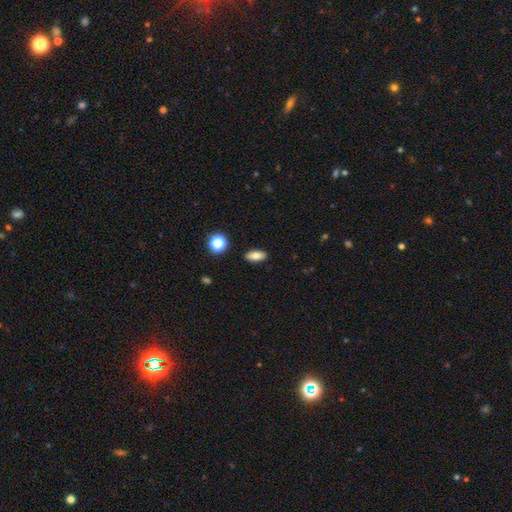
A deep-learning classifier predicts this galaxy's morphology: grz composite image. It shows a smooth galaxy with no disk features (79%) that is in between round and cigar-shaped (81%). Merging: none (89%).